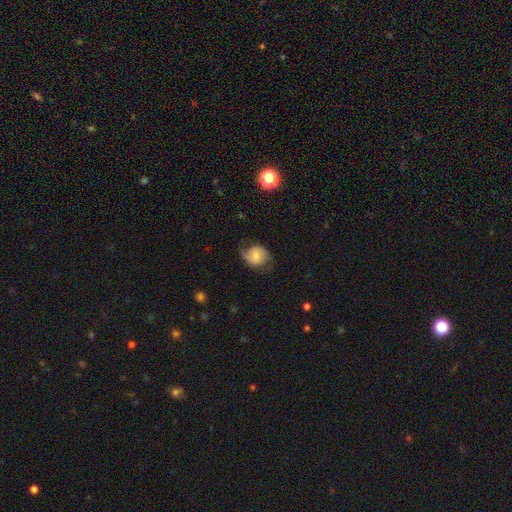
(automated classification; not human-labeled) Smooth or featured? featured or disk (51%)
Edge-on disk? no (97%)
Merging? none (66%)